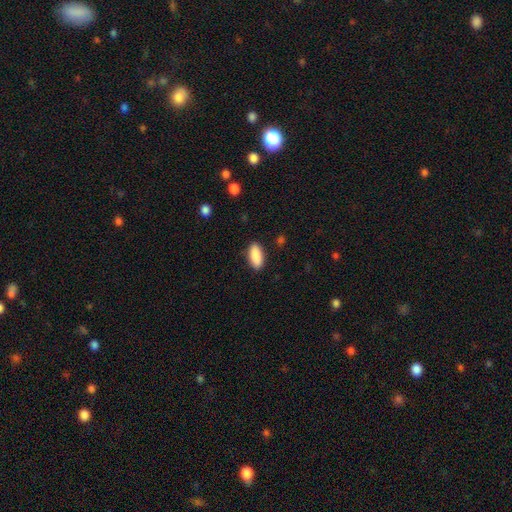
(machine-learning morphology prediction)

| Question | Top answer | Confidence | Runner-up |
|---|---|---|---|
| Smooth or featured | smooth | 90% | star or artifact (6%) |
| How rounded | in between | 83% | cigar-shaped (15%) |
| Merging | none | 88% | minor disturbance (8%) |